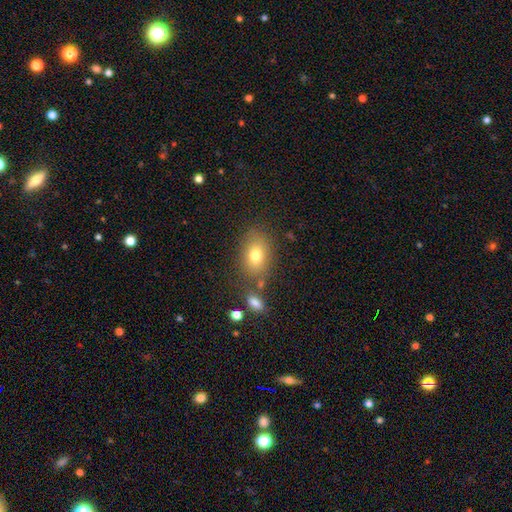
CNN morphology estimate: Overall: smooth (76%). How rounded: in between (80%). Merging: none (73%).